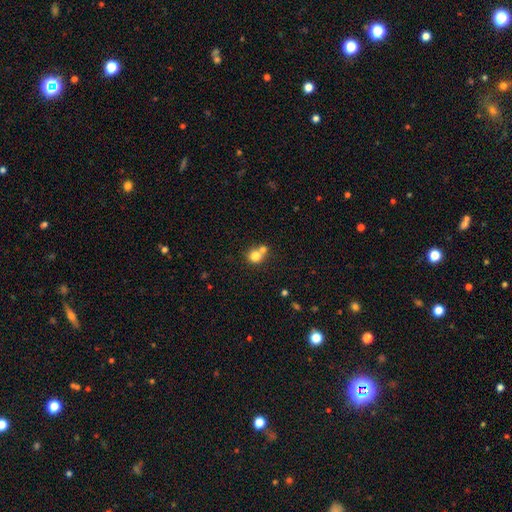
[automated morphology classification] Q: Smooth or featured?
A: smooth (78%); runner-up: star or artifact (11%)
Q: How rounded?
A: round (84%); runner-up: in between (15%)
Q: Merging?
A: merger (47%); runner-up: none (43%)